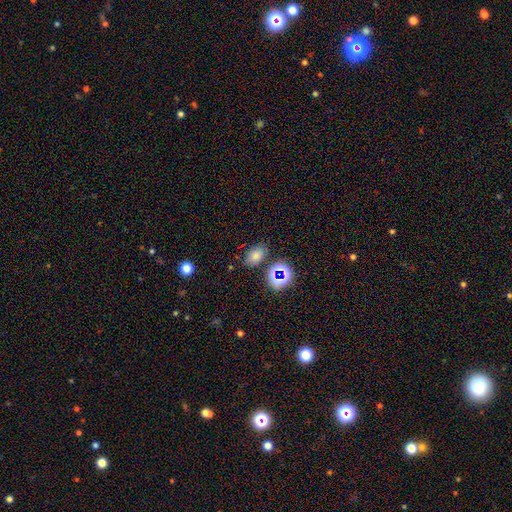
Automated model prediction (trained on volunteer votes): Overall: smooth (61%; star or artifact 29%). How rounded: in between (74%). Merging: none (76%).